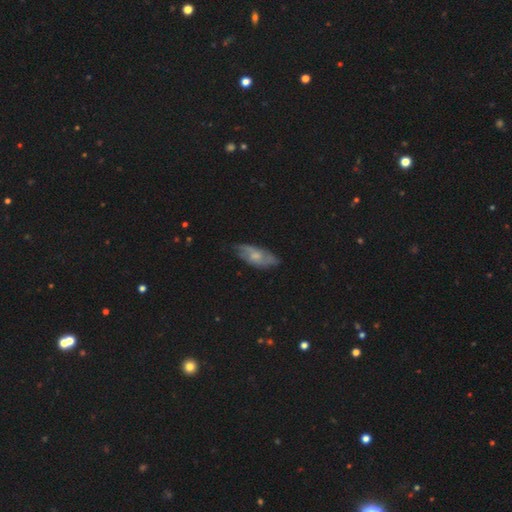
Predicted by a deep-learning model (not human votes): smooth-or-featured: featured or disk: 53% | smooth: 40% | star or artifact: 7%
  disk-edge-on: no: 86% | yes: 14%
  merging: none: 66% | minor disturbance: 25% | major disturbance: 7% | merger: 2%